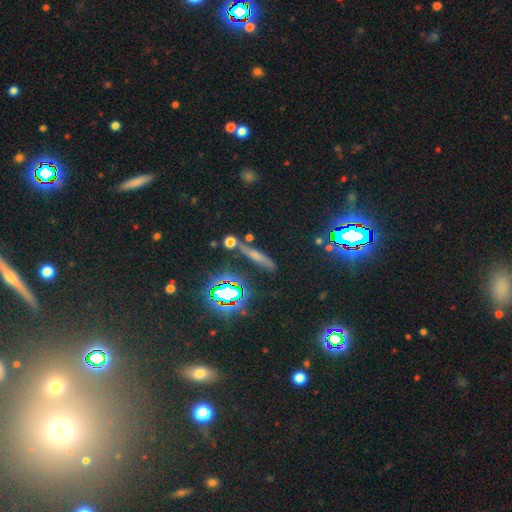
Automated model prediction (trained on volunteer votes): This is marginally a smooth galaxy (43%). Merging: likely none (75%).